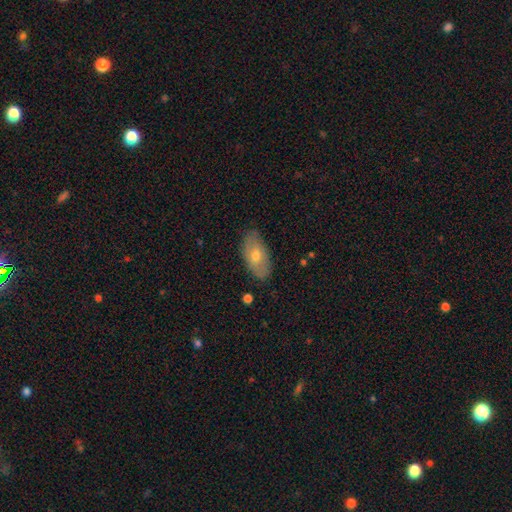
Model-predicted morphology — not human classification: This appears to be a smooth galaxy with no disk features (61%) that is in between round and cigar-shaped (92%). Merging: none (81%).